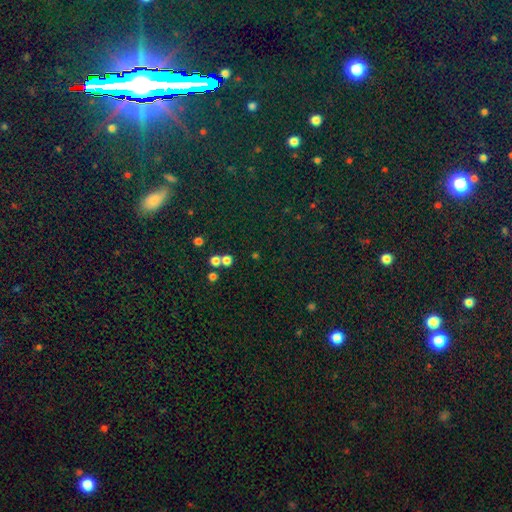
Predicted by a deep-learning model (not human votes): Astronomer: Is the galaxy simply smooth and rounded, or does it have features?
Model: star or artifact — 58%.